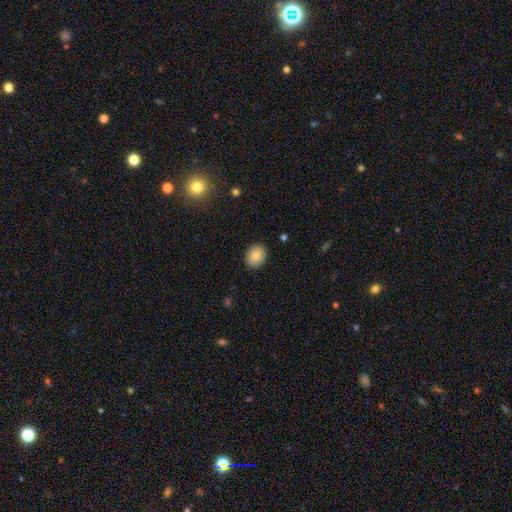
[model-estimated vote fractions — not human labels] This appears to be a smooth galaxy with no disk features (84%) that is in between round and cigar-shaped (52%). Merging: none (89%).